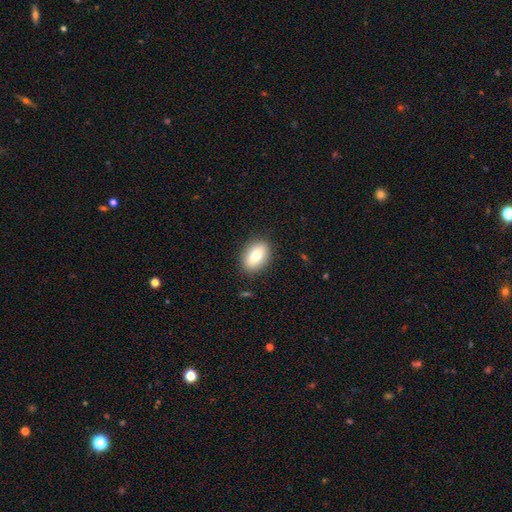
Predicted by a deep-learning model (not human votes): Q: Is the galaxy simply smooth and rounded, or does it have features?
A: smooth — 80%.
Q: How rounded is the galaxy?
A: in between — 86%.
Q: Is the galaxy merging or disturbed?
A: none — 87%.